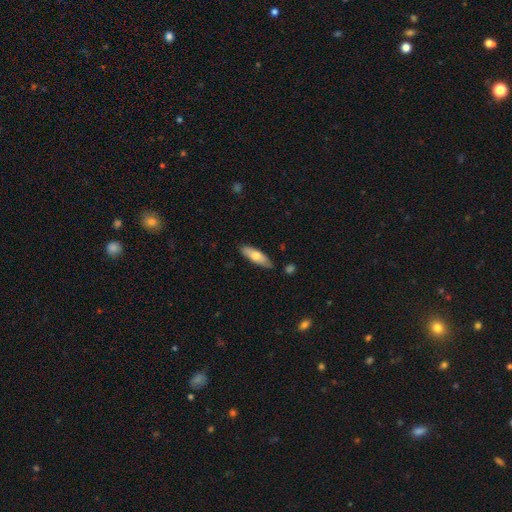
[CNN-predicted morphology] Q: Smooth or featured?
A: smooth (67%); runner-up: featured or disk (28%)
Q: How rounded?
A: in between (51%); runner-up: cigar-shaped (47%)
Q: Merging?
A: none (83%); runner-up: minor disturbance (13%)